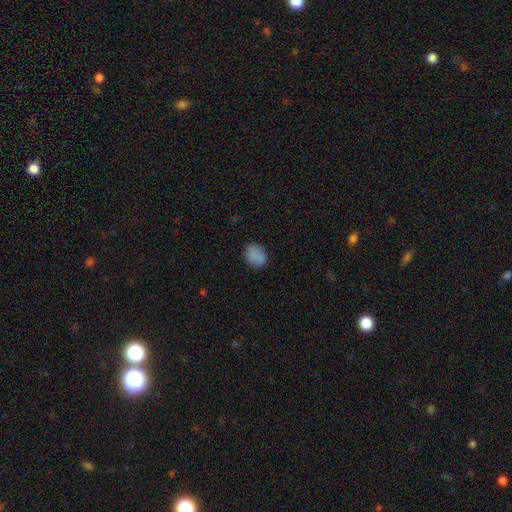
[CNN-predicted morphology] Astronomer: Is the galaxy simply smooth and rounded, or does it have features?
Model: smooth — 85%.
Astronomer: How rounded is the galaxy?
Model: round — 57% (runner-up: in between, 42%).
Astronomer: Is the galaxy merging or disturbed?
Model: none — 84%.